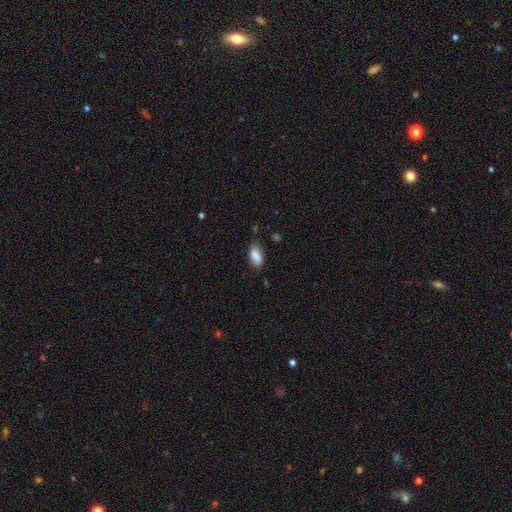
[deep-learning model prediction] smooth 88%, star or artifact 7%, featured or disk 5%. Down the decision tree: how rounded — in between (90%); merging — none (74%).